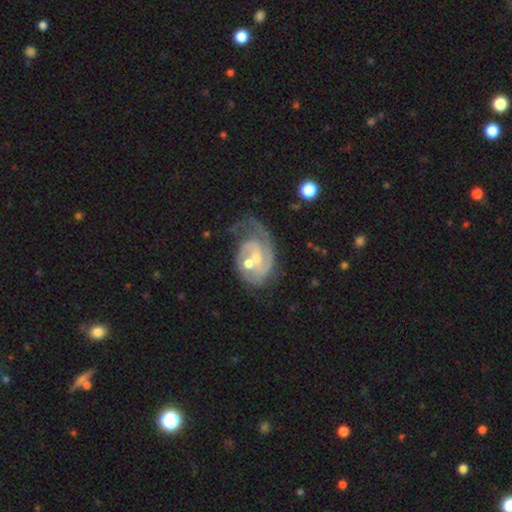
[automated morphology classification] Smooth or featured: featured or disk — 86% (smooth — 8%)
Edge-on disk: no — 98% (yes — 2%)
Bar: no — 48% (weak — 41%)
Spiral arms: yes — 95% (no — 5%)
Spiral winding: tight — 47% (medium — 40%)
Spiral arm count: 2 — 56% (1 — 20%)
Bulge size: small — 50% (moderate — 43%)
Merging: none — 42% (minor disturbance — 22%)